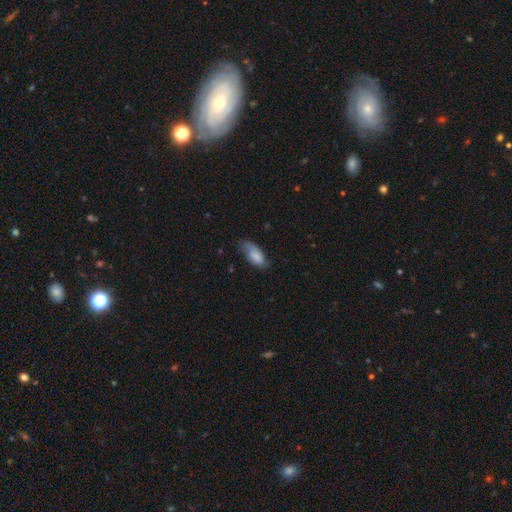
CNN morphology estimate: Smooth or featured? smooth (74%)
How rounded? in between (89%)
Merging? none (49%)